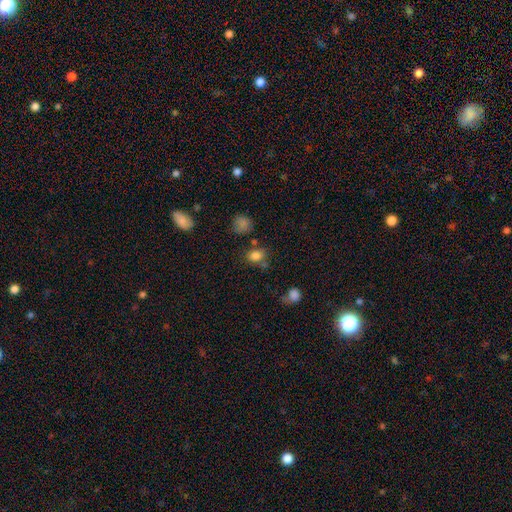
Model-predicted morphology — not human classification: This is clearly a smooth galaxy (81%). How rounded: possibly in between (50%). Merging: likely none (68%).